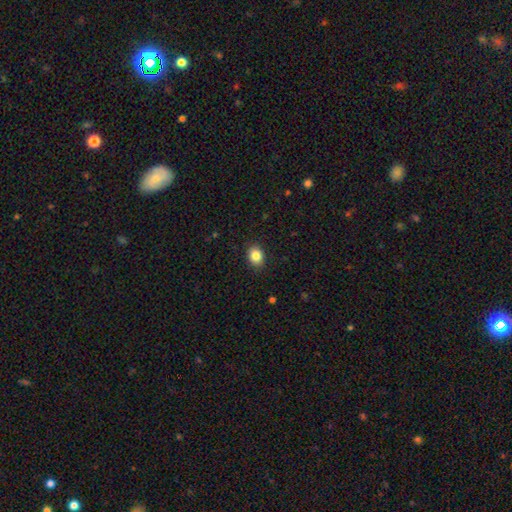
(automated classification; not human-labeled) Morphology: type=smooth (85%); roundness=round (50%); merging=none (89%).